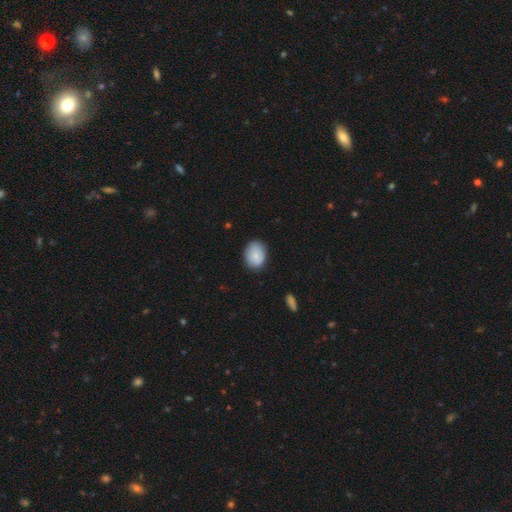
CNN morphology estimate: Overall: smooth (85%). How rounded: in between (65%; round 34%). Merging: none (82%).